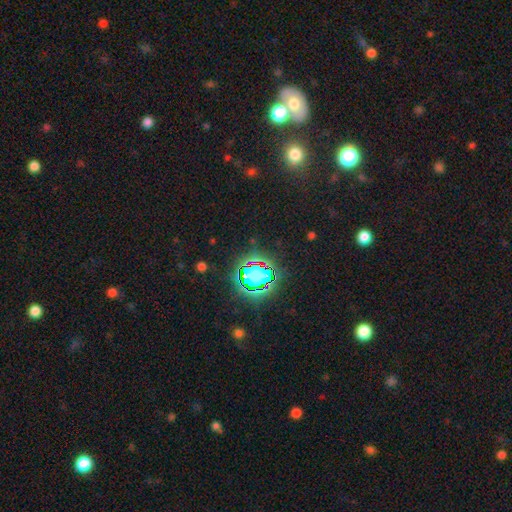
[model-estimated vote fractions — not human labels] smooth_or_featured: star or artifact (p=0.75) [alt: smooth p=0.16]